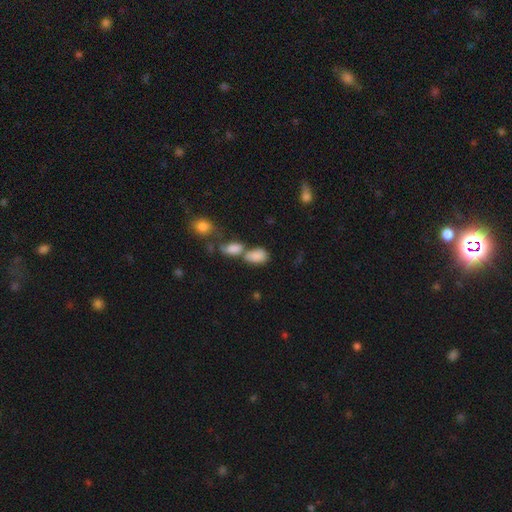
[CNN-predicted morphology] Smooth or featured: smooth — 83% (star or artifact — 8%)
How rounded: in between — 89% (round — 8%)
Merging: merger — 51% (none — 32%)